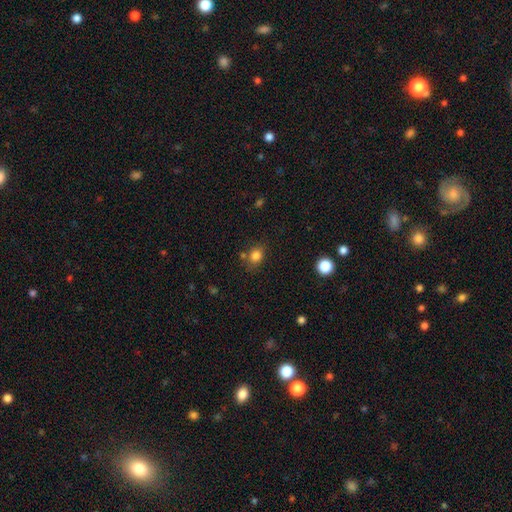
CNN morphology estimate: type=smooth (82%); roundness=round (53%); merging=none (70%).